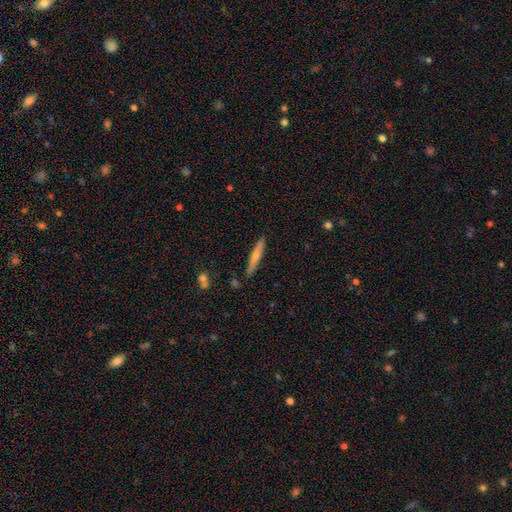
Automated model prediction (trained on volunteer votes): The model was most divided on "smooth or featured": smooth: 52%, featured or disk: 41%, star or artifact: 6%. More confident: how rounded — cigar-shaped (92%); merging — none (88%).